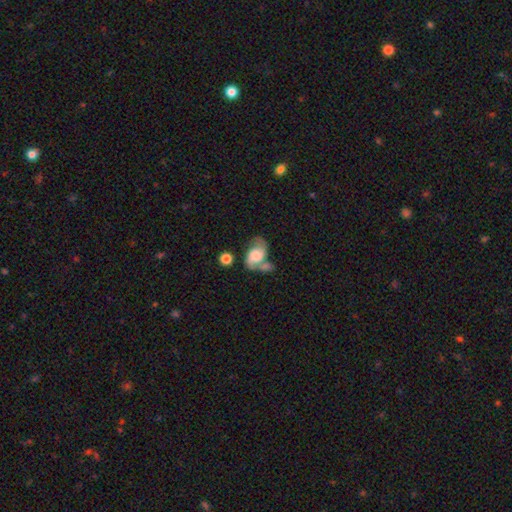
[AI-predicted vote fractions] The model was most divided on "merging" (2-way tie): merger: 33%, none: 33%, minor disturbance: 19%, major disturbance: 16%. Remaining: edge-on disk — no (97%); spiral arms — yes (85%); bar — no (65%); smooth or featured — featured or disk (59%); bulge size — large (33%).